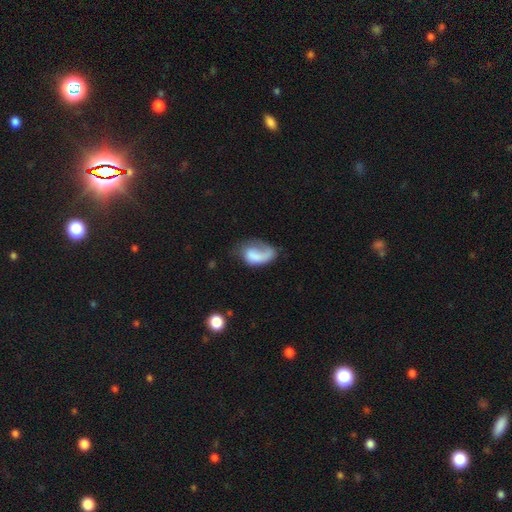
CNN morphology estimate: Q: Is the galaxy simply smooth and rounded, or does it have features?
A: smooth — 54%.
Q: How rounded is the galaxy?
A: in between — 88%.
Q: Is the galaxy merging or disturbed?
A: major disturbance — 42%.